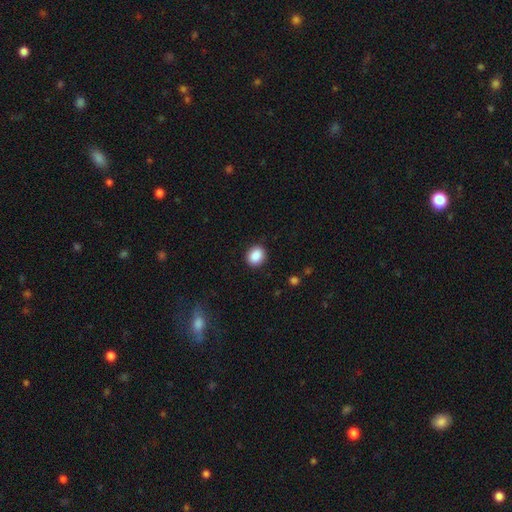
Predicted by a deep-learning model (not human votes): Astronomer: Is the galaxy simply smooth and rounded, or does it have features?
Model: smooth — 89%.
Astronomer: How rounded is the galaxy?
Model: round — 64%.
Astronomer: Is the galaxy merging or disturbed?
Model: none — 90%.